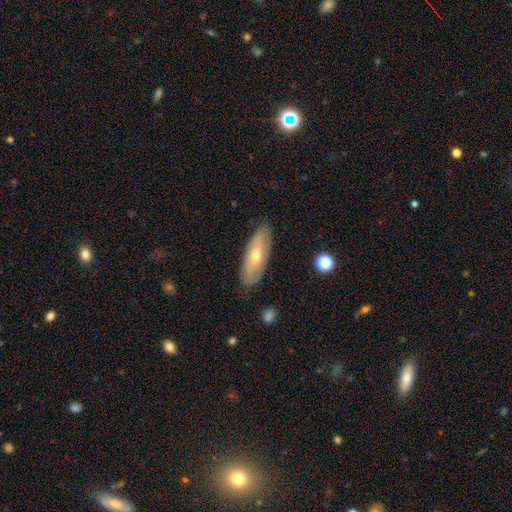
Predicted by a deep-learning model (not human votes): Smooth or featured: featured or disk — 49% (smooth — 45%)
Merging: none — 82% (minor disturbance — 14%)